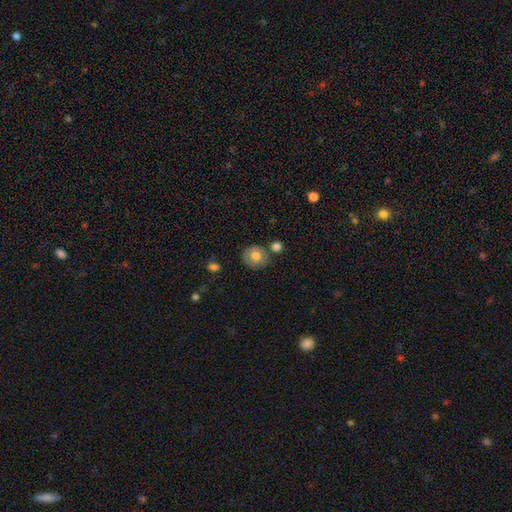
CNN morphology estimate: smooth 75%, featured or disk 16%, star or artifact 9%. Down the decision tree: how rounded — round (82%); merging — none (71%).